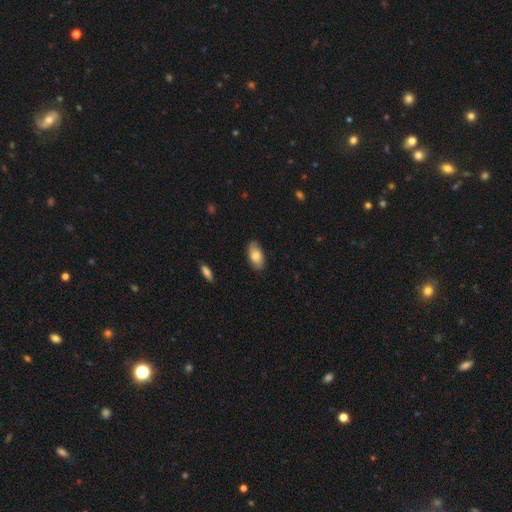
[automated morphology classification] Overall: smooth (79%). How rounded: in between (93%). Merging: none (85%).